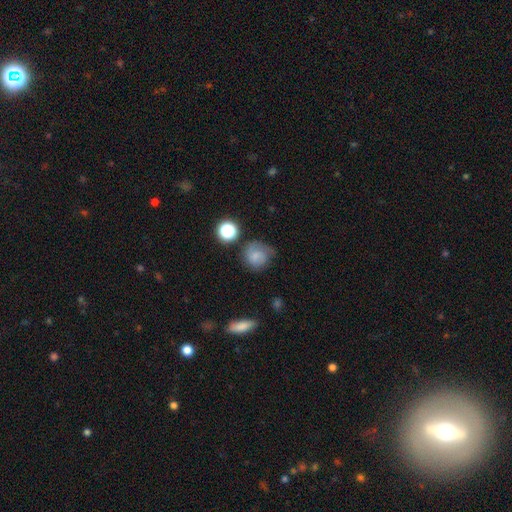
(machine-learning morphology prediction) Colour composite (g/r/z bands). It shows a smooth galaxy with no disk features (64%) that is round (82%). Merging: none (56%).